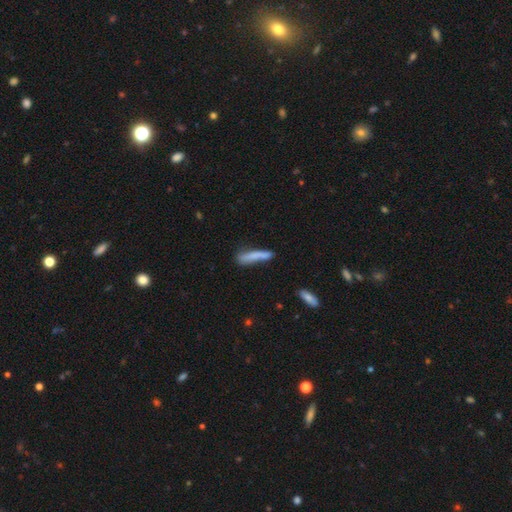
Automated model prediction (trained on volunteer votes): A smooth galaxy with no disk features (74%) that is cigar-shaped (90%). Merging: none (59%).